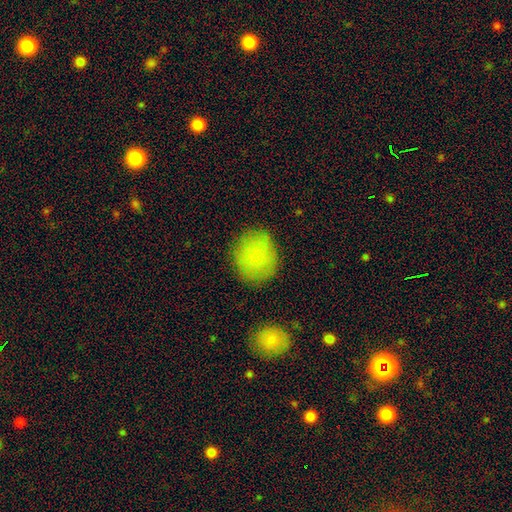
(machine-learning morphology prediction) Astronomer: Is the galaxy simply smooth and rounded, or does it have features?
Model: smooth — 82%.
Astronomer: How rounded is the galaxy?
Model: round — 77%.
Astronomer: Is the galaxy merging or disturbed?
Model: none — 79%.